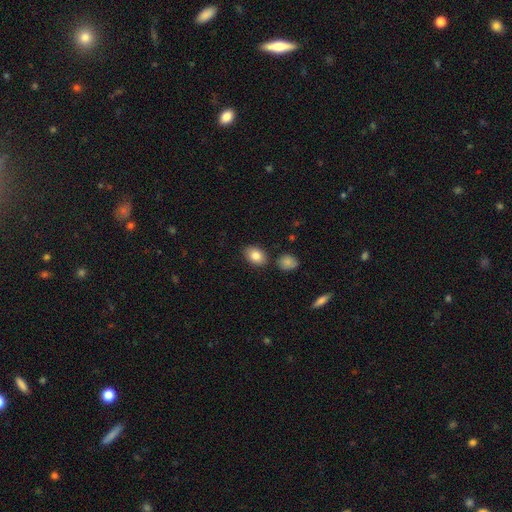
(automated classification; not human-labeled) A smooth galaxy with no disk features (84%) that is in between round and cigar-shaped (83%). Merging: none (80%).